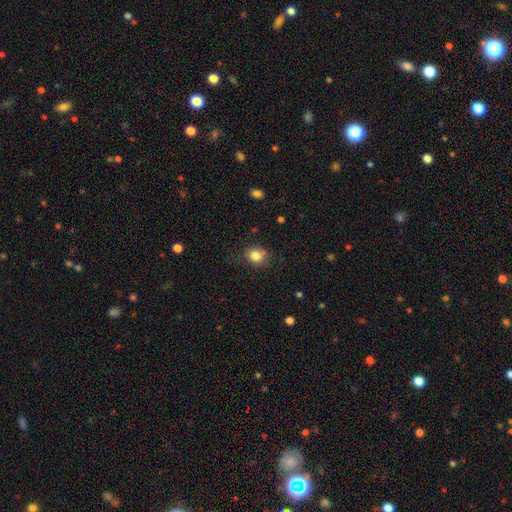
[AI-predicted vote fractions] Smooth or featured?
  - smooth: 83% *
  - star or artifact: 11%
  - featured or disk: 6%
How rounded?
  - round: 76% *
  - in between: 23%
  - cigar-shaped: 1%
Merging?
  - none: 75% *
  - minor disturbance: 17%
  - major disturbance: 4%
  - merger: 3%